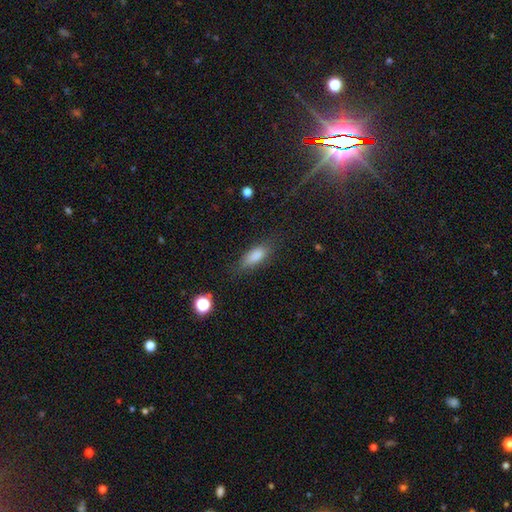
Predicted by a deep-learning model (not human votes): smooth-or-featured: smooth: 83% | star or artifact: 9% | featured or disk: 8%
  how-rounded: in between: 75% | cigar-shaped: 22% | round: 3%
  merging: none: 75% | minor disturbance: 18% | major disturbance: 6% | merger: 2%